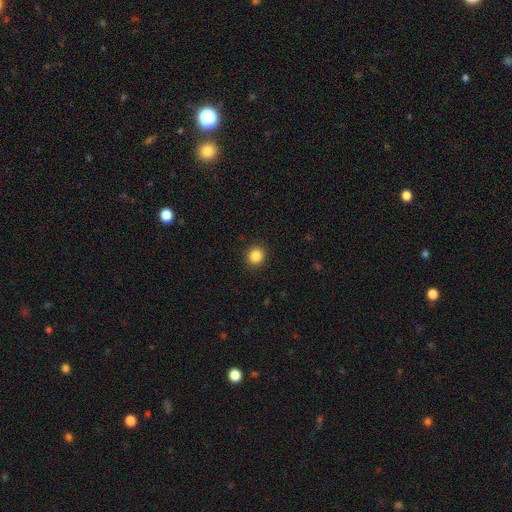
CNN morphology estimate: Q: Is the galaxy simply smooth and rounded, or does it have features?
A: smooth — 85%.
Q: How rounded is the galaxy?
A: round — 86%.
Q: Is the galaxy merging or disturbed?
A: none — 91%.